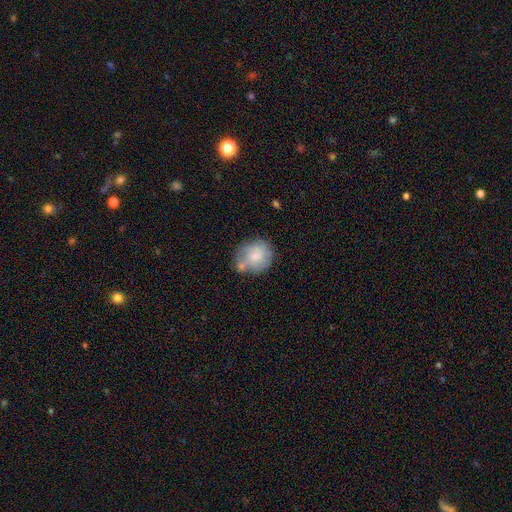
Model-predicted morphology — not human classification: A smooth galaxy with no disk features (65%) that is round (76%). Merging: none (52%).